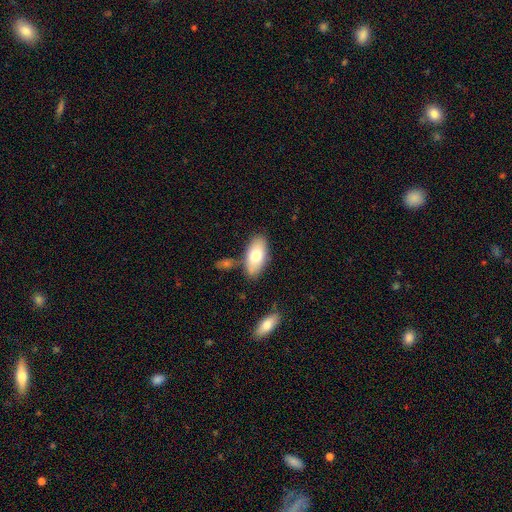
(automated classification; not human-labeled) This is likely a smooth galaxy (73%). How rounded: clearly in between (92%). Merging: likely none (77%).